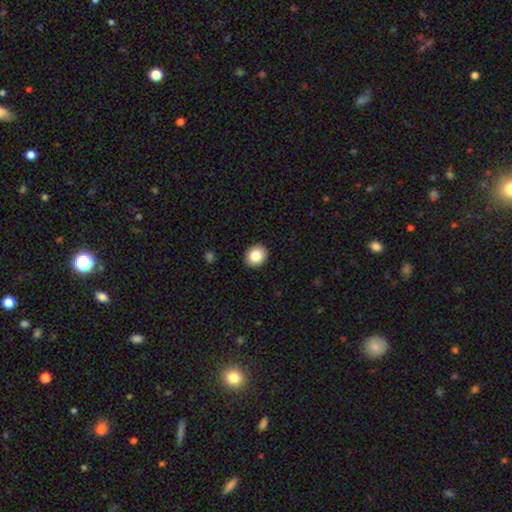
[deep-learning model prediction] Smooth or featured: smooth — 84% (star or artifact — 9%)
How rounded: round — 74% (in between — 25%)
Merging: none — 92% (minor disturbance — 6%)